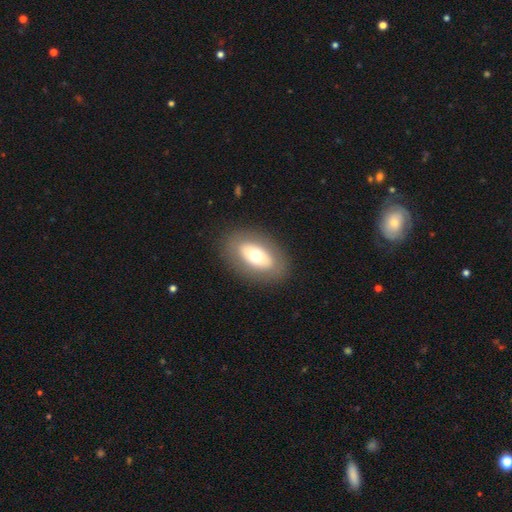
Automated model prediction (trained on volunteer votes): smooth-or-featured: smooth: 57% | featured or disk: 35% | star or artifact: 7%
  how-rounded: in between: 89% | round: 9% | cigar-shaped: 2%
  merging: none: 85% | minor disturbance: 9% | major disturbance: 5% | merger: 1%